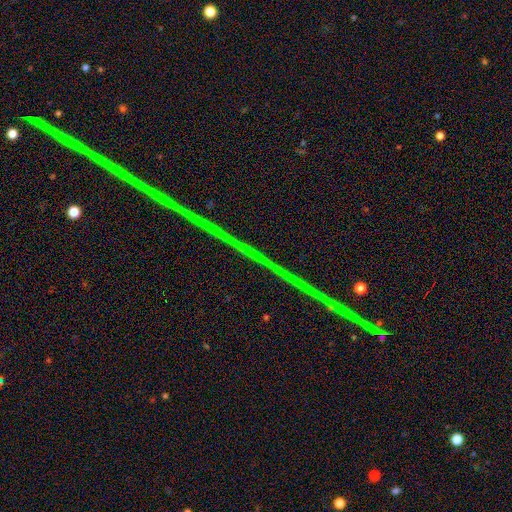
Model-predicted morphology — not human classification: Smooth or featured: star or artifact — 90% (featured or disk — 6%)